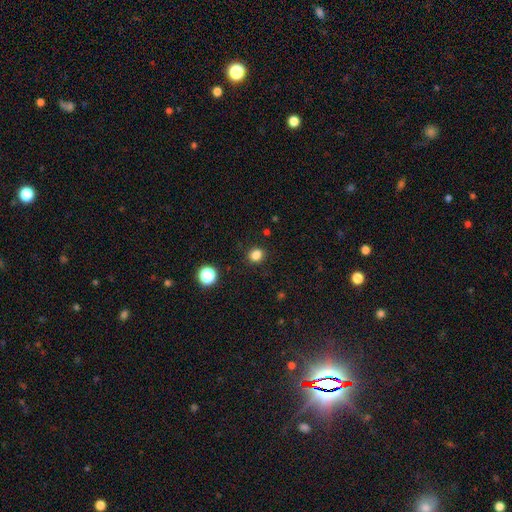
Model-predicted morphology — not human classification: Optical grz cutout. It shows a smooth galaxy with no disk features (83%) that is round (78%). Merging: none (89%).